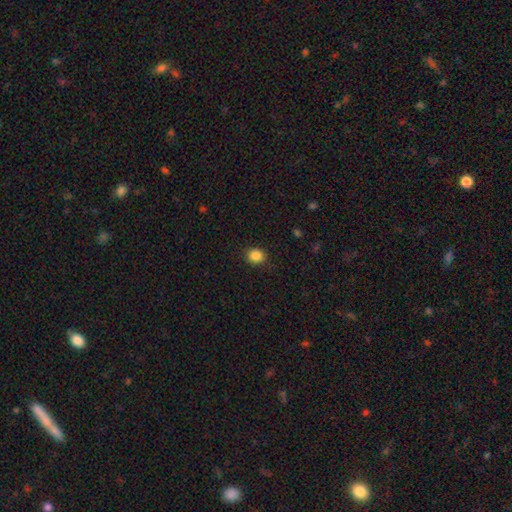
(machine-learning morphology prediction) Smooth or featured?
  - smooth: 86% *
  - star or artifact: 10%
  - featured or disk: 4%
How rounded?
  - round: 75% *
  - in between: 24%
  - cigar-shaped: 1%
Merging?
  - none: 88% *
  - minor disturbance: 8%
  - major disturbance: 2%
  - merger: 1%